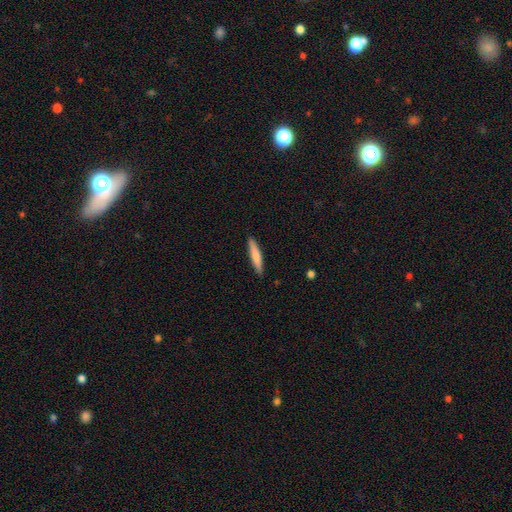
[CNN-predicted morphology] type=smooth (74%); roundness=cigar-shaped (92%); merging=none (90%).